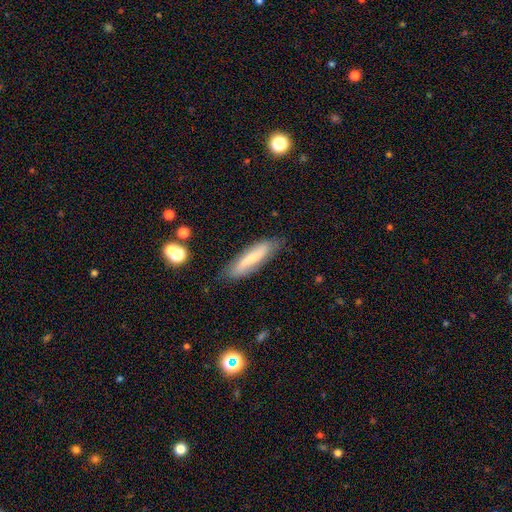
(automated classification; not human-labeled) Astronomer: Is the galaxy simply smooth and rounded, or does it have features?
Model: smooth — 54% (runner-up: featured or disk, 37%).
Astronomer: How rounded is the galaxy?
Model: cigar-shaped — 76%.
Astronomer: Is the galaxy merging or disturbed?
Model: none — 81%.